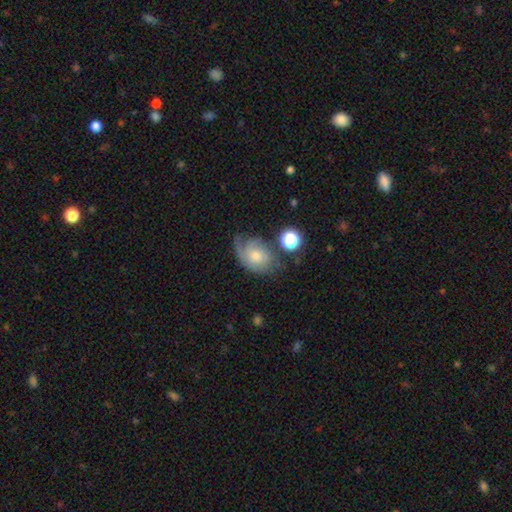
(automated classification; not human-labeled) This is possibly a featured or disk galaxy (55%). It is clearly not viewed edge-on (96%). Bar: likely no (78%). Spiral arm pattern: clearly yes (84%). Central bulge: possibly moderate (49%). Merging: marginally none (41%).